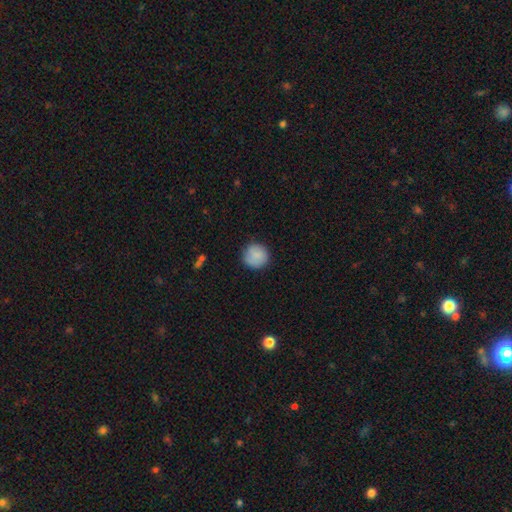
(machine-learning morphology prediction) Smooth or featured?
  - smooth: 87% *
  - star or artifact: 7%
  - featured or disk: 6%
How rounded?
  - round: 93% *
  - in between: 6%
  - cigar-shaped: 1%
Merging?
  - none: 85% *
  - minor disturbance: 11%
  - major disturbance: 3%
  - merger: 1%